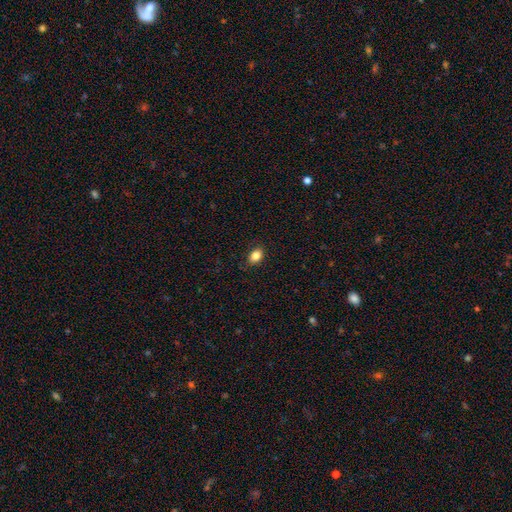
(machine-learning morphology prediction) Smooth or featured: smooth — 85% (star or artifact — 9%)
How rounded: in between — 79% (round — 20%)
Merging: none — 87% (minor disturbance — 10%)